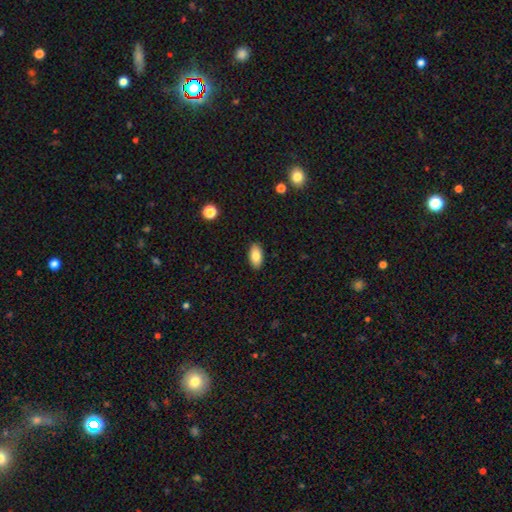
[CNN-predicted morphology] This appears to be a smooth galaxy with no disk features (84%) that is in between round and cigar-shaped (92%). Merging: none (90%).